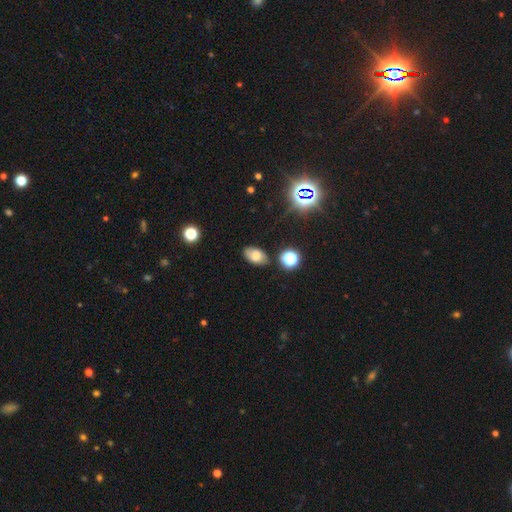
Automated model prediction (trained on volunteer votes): A smooth galaxy with no disk features (70%) that is in between round and cigar-shaped (90%). Merging: none (81%).